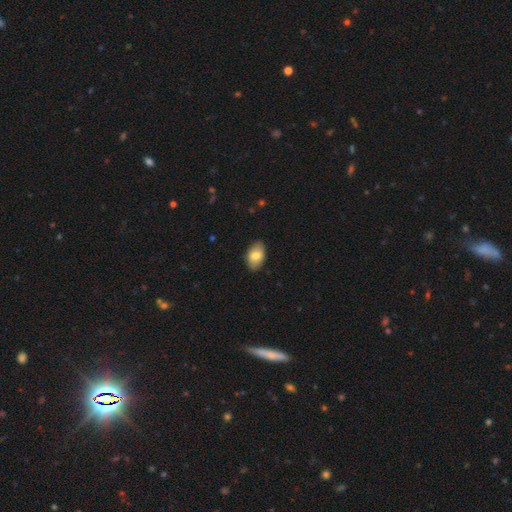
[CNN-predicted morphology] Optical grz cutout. It shows a smooth galaxy with no disk features (76%) that is in between round and cigar-shaped (92%). Merging: none (86%).